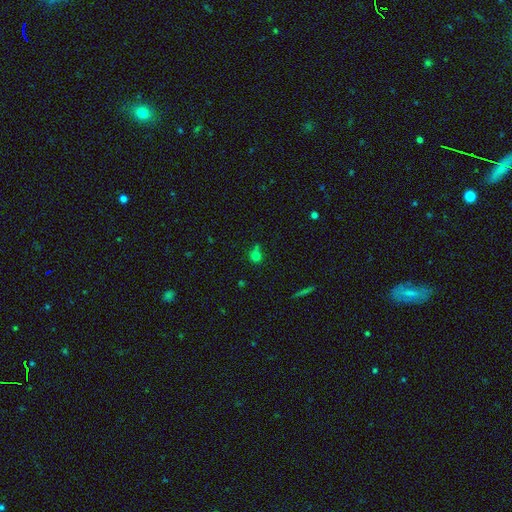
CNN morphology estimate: Smooth or featured? smooth (73%)
How rounded? round (76%)
Merging? none (53%)